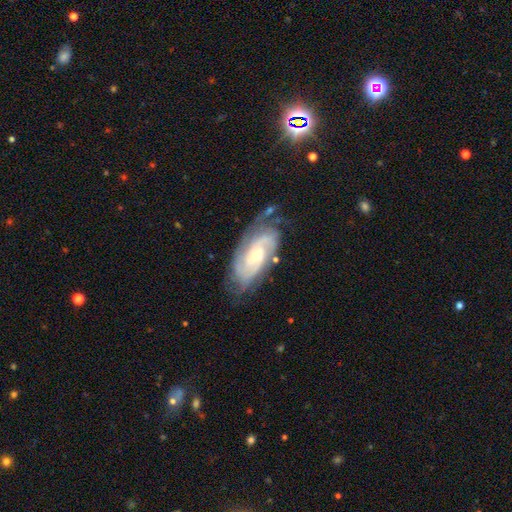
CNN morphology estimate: type=featured or disk (85%); edge-on=no (95%); bar=no (60%); spiral arms=yes (97%); winding=tight (63%); arm count=2 (44%); bulge=small (64%); merging=none (65%).